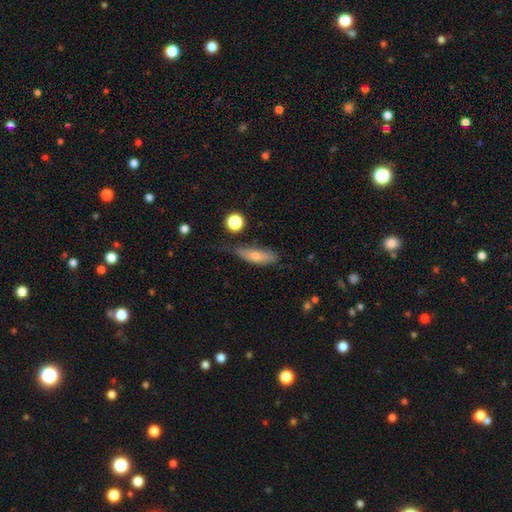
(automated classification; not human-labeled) Morphology: type=smooth (62%); roundness=cigar-shaped (59%); merging=none (52%).